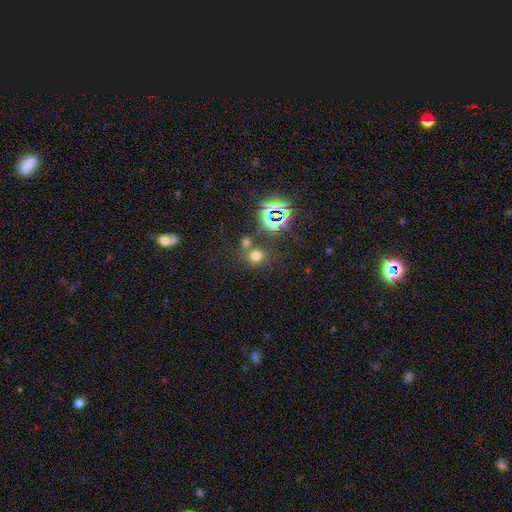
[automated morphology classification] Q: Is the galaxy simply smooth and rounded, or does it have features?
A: smooth — 62%.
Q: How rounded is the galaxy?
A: round — 75%.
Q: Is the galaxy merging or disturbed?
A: none — 63%.